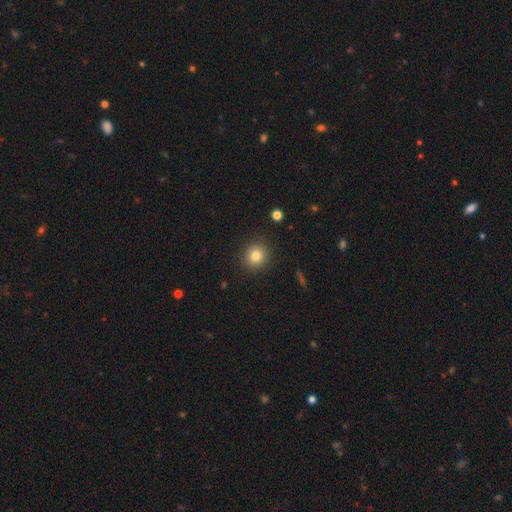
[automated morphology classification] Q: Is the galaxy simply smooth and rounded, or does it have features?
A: smooth — 81%.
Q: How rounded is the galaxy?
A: round — 87%.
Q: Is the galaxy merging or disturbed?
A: none — 90%.